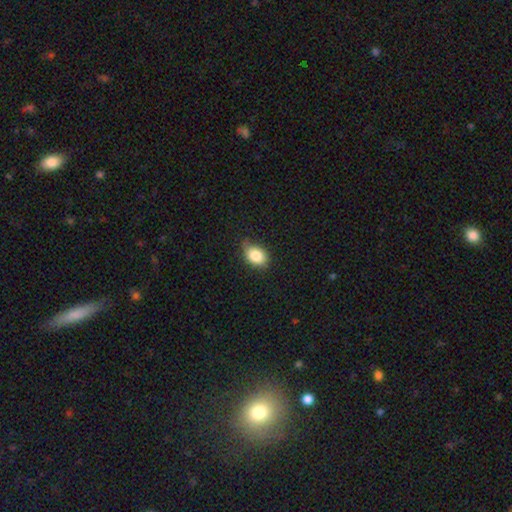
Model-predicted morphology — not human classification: type=smooth (84%); roundness=in between (77%); merging=none (71%).